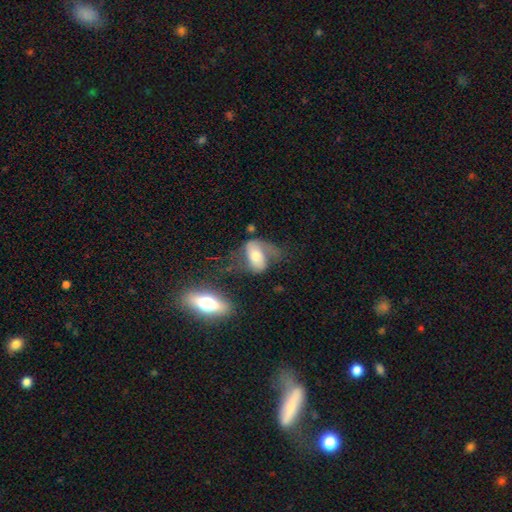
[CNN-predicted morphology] smooth_or_featured: featured or disk (p=0.51) [alt: smooth p=0.40]
disk_edge_on: no (p=0.92) [alt: yes p=0.08]
merging: major disturbance (p=0.37) [alt: none p=0.31]